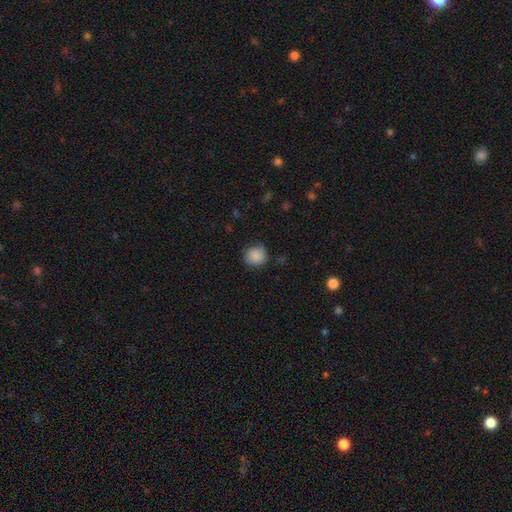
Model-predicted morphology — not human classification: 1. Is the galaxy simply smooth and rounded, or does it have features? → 88% smooth, 9% star or artifact, 3% featured or disk.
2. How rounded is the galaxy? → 87% round, 12% in between, 1% cigar-shaped.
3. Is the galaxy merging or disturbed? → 83% none, 12% minor disturbance, 3% major disturbance, 1% merger.